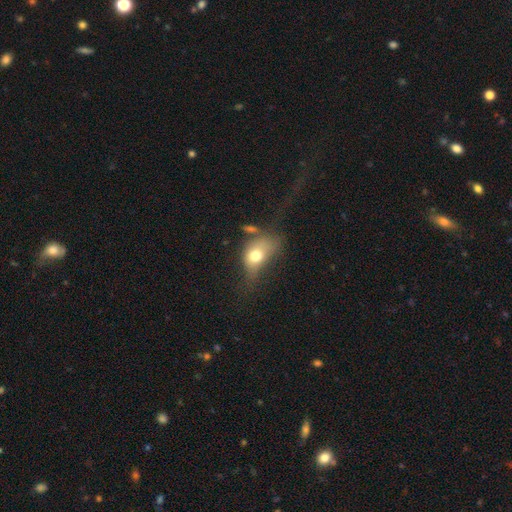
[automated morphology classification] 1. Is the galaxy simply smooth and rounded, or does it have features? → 69% smooth, 21% featured or disk, 11% star or artifact.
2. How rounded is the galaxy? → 73% in between, 24% round, 2% cigar-shaped.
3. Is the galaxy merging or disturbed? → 34% major disturbance, 28% minor disturbance, 27% none, 12% merger.